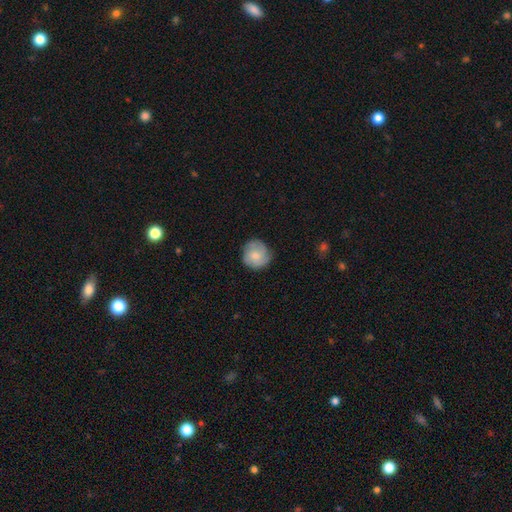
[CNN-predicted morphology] Smooth or featured? Predicted: smooth (p=0.63). How rounded? Predicted: round (p=0.92). Merging? Predicted: none (p=0.77).